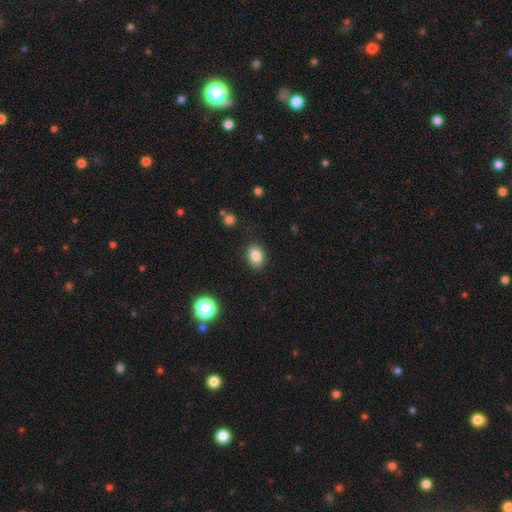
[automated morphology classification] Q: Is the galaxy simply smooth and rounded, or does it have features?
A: smooth — 84%.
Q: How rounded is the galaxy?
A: in between — 68%.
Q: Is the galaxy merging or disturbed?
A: none — 86%.